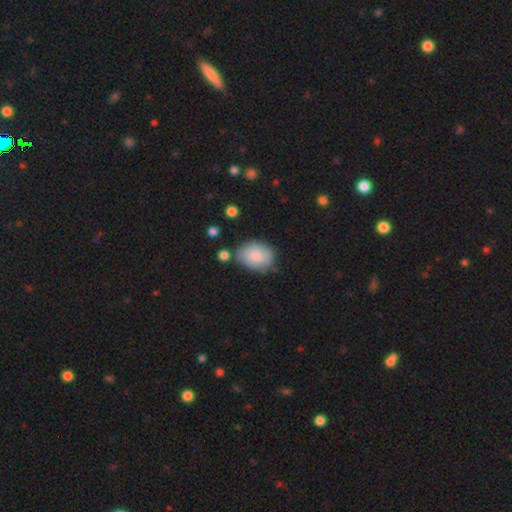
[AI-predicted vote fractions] Q: Smooth or featured?
A: smooth (64%); runner-up: featured or disk (29%)
Q: How rounded?
A: in between (66%); runner-up: round (33%)
Q: Merging?
A: none (62%); runner-up: minor disturbance (24%)